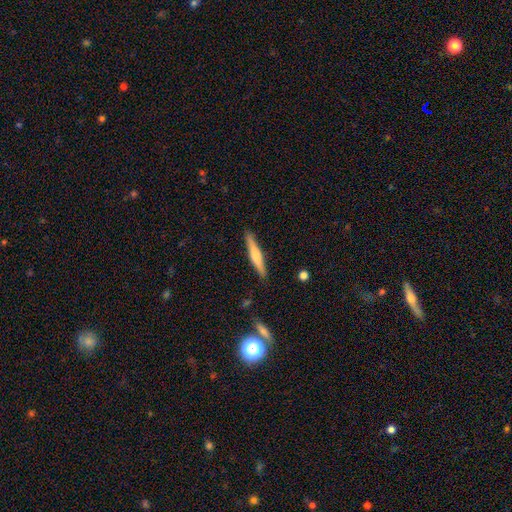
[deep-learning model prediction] Smooth or featured? featured or disk (48%)
Merging? none (89%)